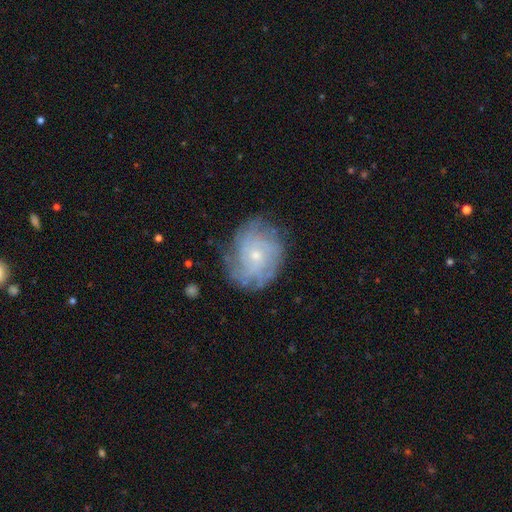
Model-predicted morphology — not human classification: This is likely a featured or disk galaxy (73%). It is clearly not viewed edge-on (97%). Bar: likely no (78%). Spiral arm pattern: clearly yes (90%). Spiral arm count: possibly can't tell (46%). Spiral winding: likely tight (60%). Central bulge: likely small (74%). Merging: likely none (73%).